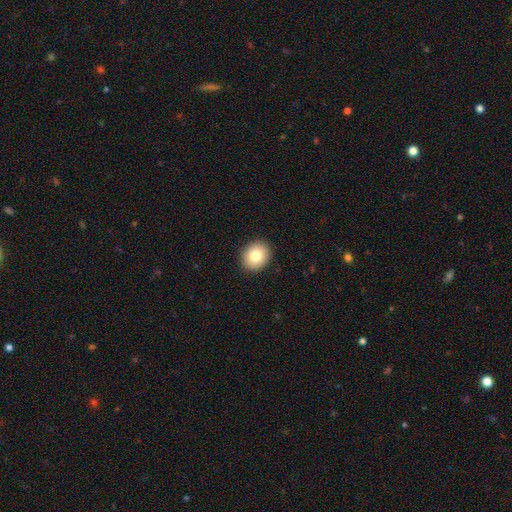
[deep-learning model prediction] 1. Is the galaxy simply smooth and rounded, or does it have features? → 80% smooth, 11% featured or disk, 9% star or artifact.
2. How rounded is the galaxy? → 58% round, 41% in between, 1% cigar-shaped.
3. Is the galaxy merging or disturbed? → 91% none, 6% minor disturbance, 2% major disturbance, 1% merger.